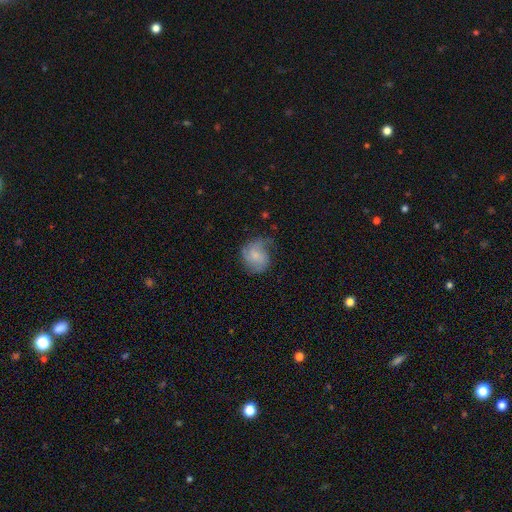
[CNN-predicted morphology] Smooth or featured: smooth — 55% (featured or disk — 37%)
How rounded: round — 70% (in between — 29%)
Merging: none — 44% (minor disturbance — 33%)